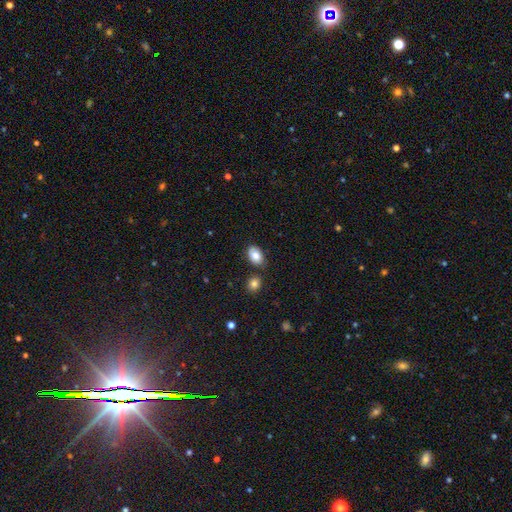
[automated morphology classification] This is clearly a smooth galaxy (83%). How rounded: clearly in between (90%). Merging: likely none (78%).